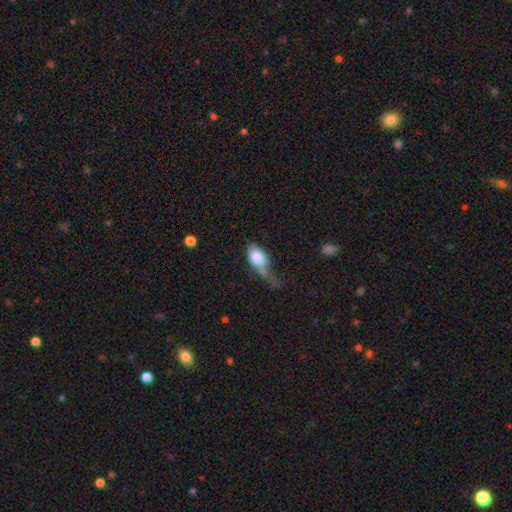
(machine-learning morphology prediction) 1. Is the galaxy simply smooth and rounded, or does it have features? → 79% smooth, 14% featured or disk, 7% star or artifact.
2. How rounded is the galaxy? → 85% in between, 12% round, 3% cigar-shaped.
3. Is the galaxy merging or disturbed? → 36% major disturbance, 25% minor disturbance, 21% none, 19% merger.